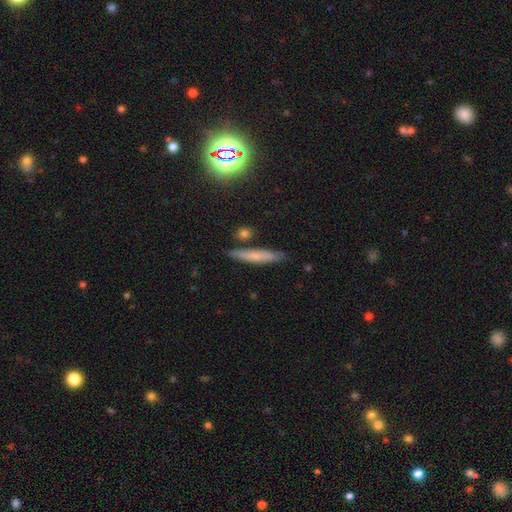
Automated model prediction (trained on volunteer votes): The model was most divided on "smooth or featured": smooth: 59%, featured or disk: 29%, star or artifact: 12%. More confident: how rounded — cigar-shaped (88%); merging — none (81%).